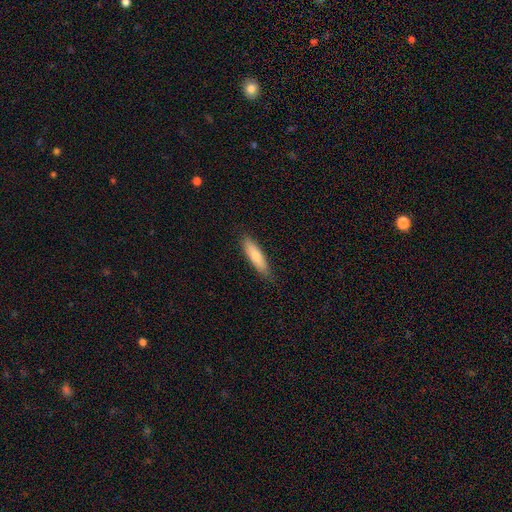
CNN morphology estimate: A smooth galaxy with no disk features (74%) that is cigar-shaped (67%). Merging: none (86%).